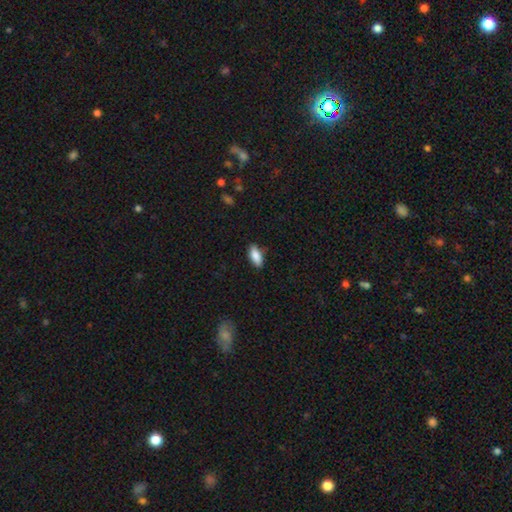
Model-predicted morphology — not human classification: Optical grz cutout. It shows a smooth galaxy with no disk features (85%) that is in between round and cigar-shaped (84%). Merging: none (83%).